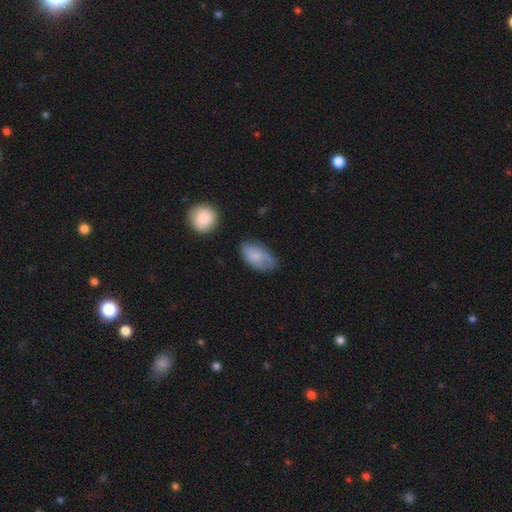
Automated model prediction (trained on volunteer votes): smooth_or_featured: smooth (p=0.69) [alt: featured or disk p=0.23]
how_rounded: in between (p=0.92) [alt: round p=0.06]
merging: none (p=0.58) [alt: minor disturbance p=0.30]